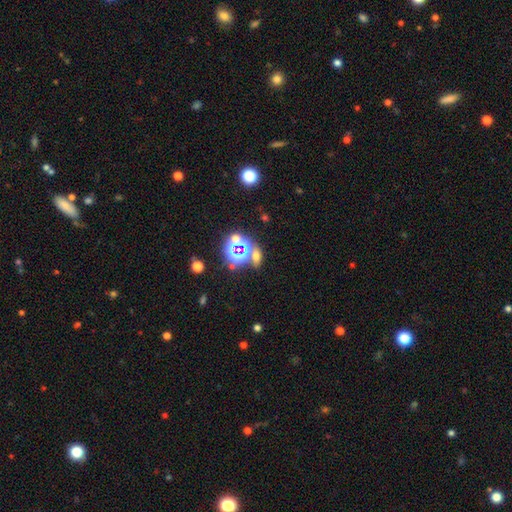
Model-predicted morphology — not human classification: This is possibly a star or artifact rather than a galaxy (47%).